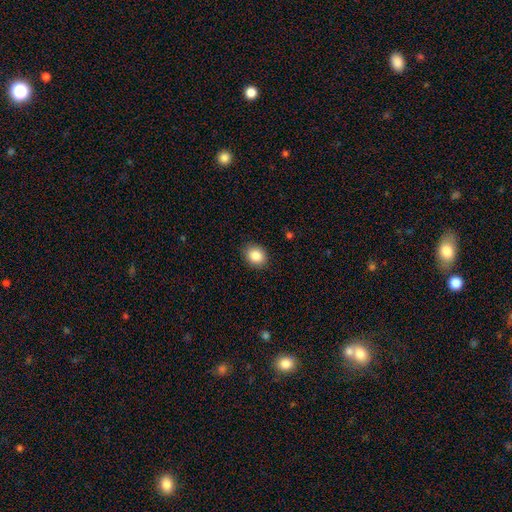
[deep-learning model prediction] Smooth or featured? smooth (86%)
How rounded? round (51%)
Merging? none (88%)